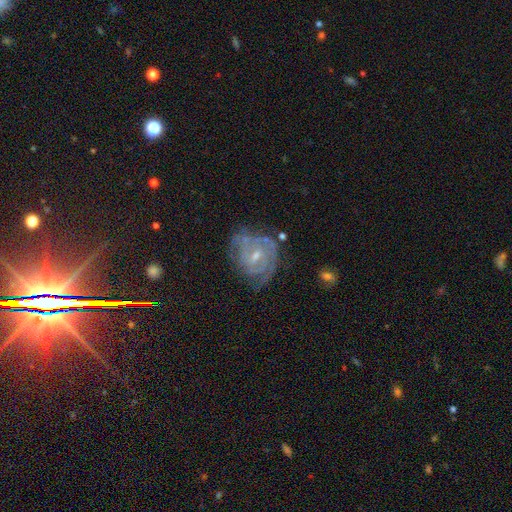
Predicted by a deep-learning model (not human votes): A featured or disk galaxy (81%) with a weak bar (49%), tight (68%) spiral arms (93%) and a small central bulge (60%).

Vote fractions:
- Smooth or featured? featured or disk: 81% / star or artifact: 10% / smooth: 10%
- Edge-on disk? no: 97% / yes: 3%
- Bar? weak: 49% / no: 37% / strong: 13%
- Spiral arms? yes: 93% / no: 7%
- Spiral winding? tight: 68% / medium: 26% / loose: 6%
- Spiral arm count? can't tell: 32% / 2: 29% / 3: 20% / 4: 7% / 1: 6% / more than 4: 5%
- Bulge size? small: 60% / moderate: 36% / none: 2% / large: 1% / dominant: 1%
- Merging? none: 67% / minor disturbance: 21% / major disturbance: 9% / merger: 3%